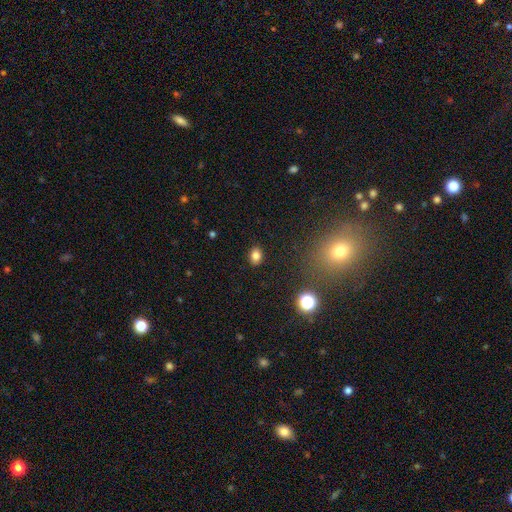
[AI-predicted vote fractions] A smooth galaxy with no disk features (81%) that is in between round and cigar-shaped (66%).

Vote fractions:
- Smooth or featured? smooth: 81% / star or artifact: 12% / featured or disk: 7%
- How rounded? in between: 66% / round: 33% / cigar-shaped: 1%
- Merging? none: 88% / minor disturbance: 8% / major disturbance: 2% / merger: 1%